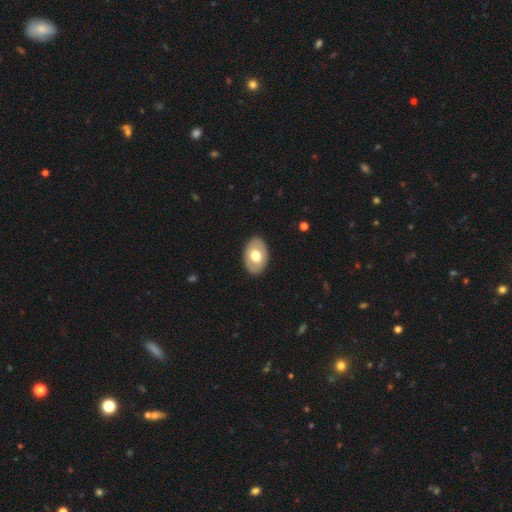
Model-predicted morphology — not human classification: smooth 62%, featured or disk 32%, star or artifact 6%. Down the decision tree: how rounded — in between (84%); merging — none (88%).